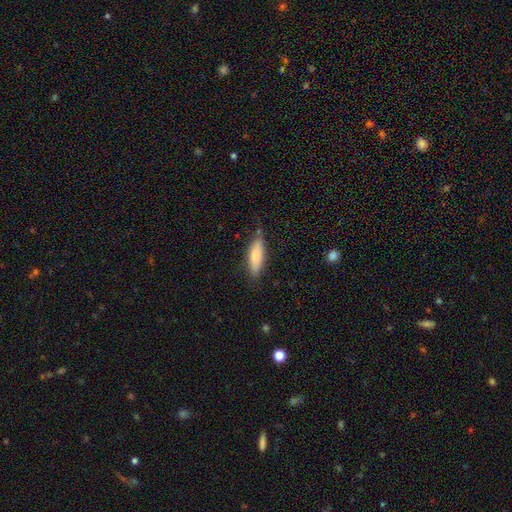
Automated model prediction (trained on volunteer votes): smooth-or-featured: smooth: 79% | featured or disk: 15% | star or artifact: 6%
  how-rounded: in between: 51% | cigar-shaped: 47% | round: 2%
  merging: none: 76% | minor disturbance: 18% | major disturbance: 4% | merger: 2%